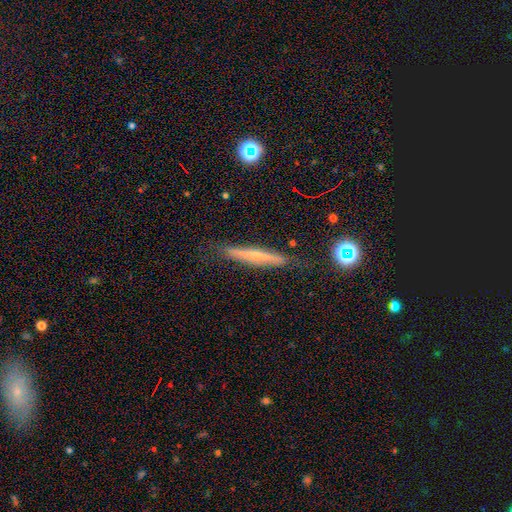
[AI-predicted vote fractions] Morphology: type=featured or disk (52%); edge-on=yes (92%); merging=none (81%).